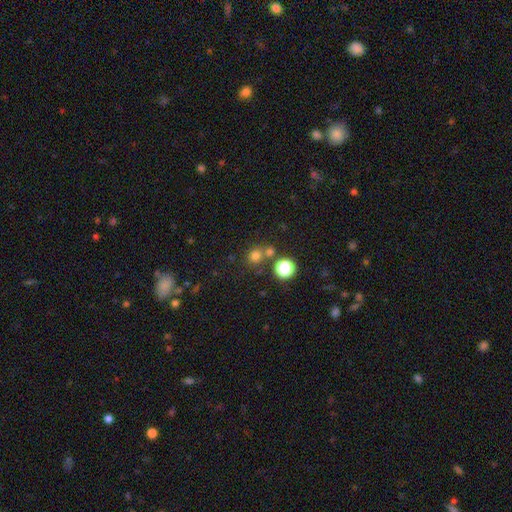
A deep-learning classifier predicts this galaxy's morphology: smooth 72%, star or artifact 21%, featured or disk 7%. Down the decision tree: how rounded — round (85%); merging — none (66%).